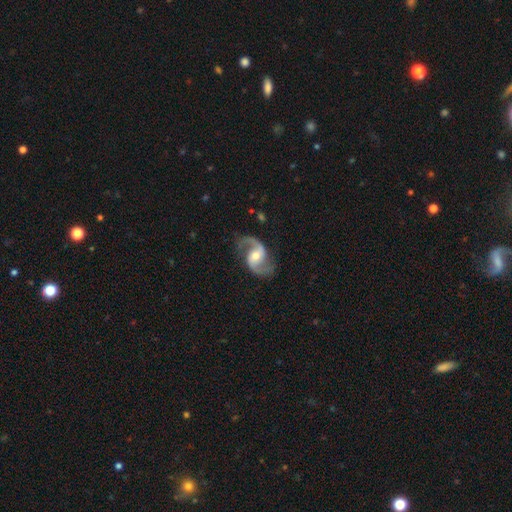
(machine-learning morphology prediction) Smooth or featured? Predicted: featured or disk (p=0.91). Edge-on disk? Predicted: no (p=0.98). Bar? Predicted: weak (p=0.42). Spiral arms? Predicted: yes (p=0.98). Spiral winding? Predicted: medium (p=0.46, tied with loose). Spiral arm count? Predicted: 2 (p=0.94). Bulge size? Predicted: moderate (p=0.61). Merging? Predicted: none (p=0.81).